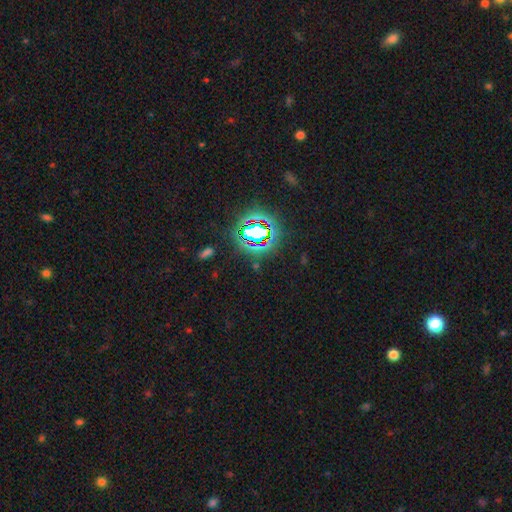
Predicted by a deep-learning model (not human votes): Smooth or featured? Predicted: star or artifact (p=0.80).